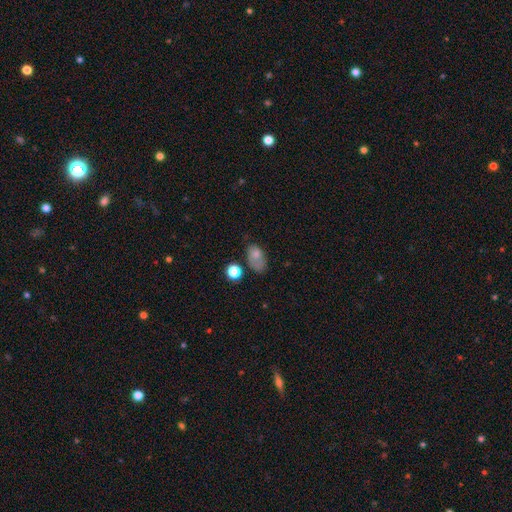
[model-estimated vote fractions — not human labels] Smooth or featured?
  - smooth: 73% *
  - featured or disk: 16%
  - star or artifact: 11%
How rounded?
  - in between: 84% *
  - round: 14%
  - cigar-shaped: 2%
Merging?
  - none: 39% *
  - minor disturbance: 31%
  - major disturbance: 20%
  - merger: 9%